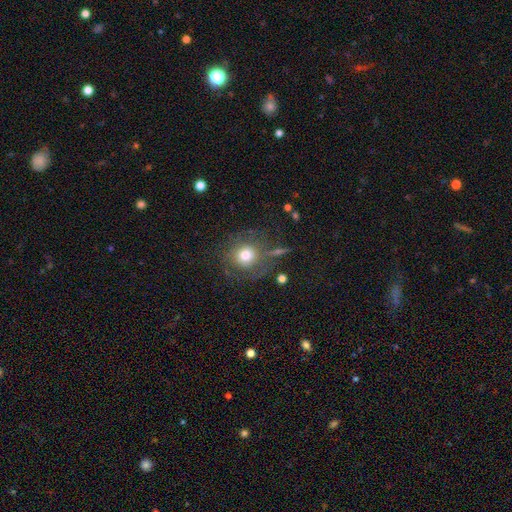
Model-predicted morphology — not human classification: A smooth galaxy with no disk features (59%) that is round (88%). Merging: none (75%).